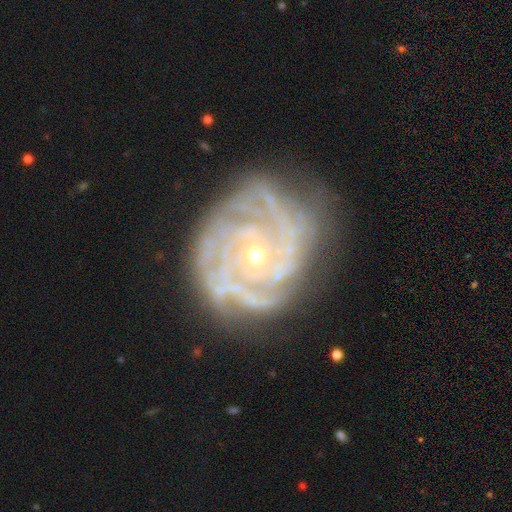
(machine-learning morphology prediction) This appears to be a featured or disk galaxy (90%) with no bar (75%), 4 (24%) tight (74%) spiral arms (97%) and a small central bulge (74%). Merging: none (69%).